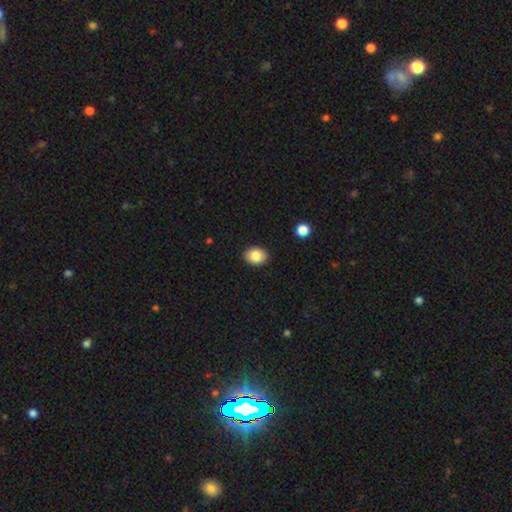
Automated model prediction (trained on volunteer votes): Q: Smooth or featured?
A: smooth (85%); runner-up: star or artifact (9%)
Q: How rounded?
A: in between (55%); runner-up: round (44%)
Q: Merging?
A: none (90%); runner-up: minor disturbance (7%)